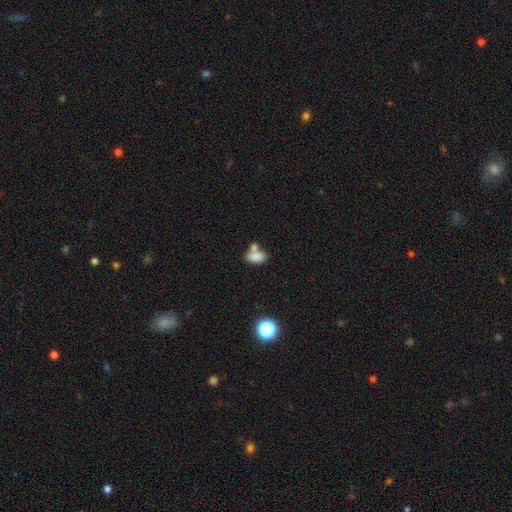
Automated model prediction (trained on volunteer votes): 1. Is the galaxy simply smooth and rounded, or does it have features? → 81% smooth, 10% star or artifact, 9% featured or disk.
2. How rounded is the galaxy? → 89% in between, 7% round, 4% cigar-shaped.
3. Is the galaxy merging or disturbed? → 42% merger, 41% none, 13% minor disturbance, 5% major disturbance.